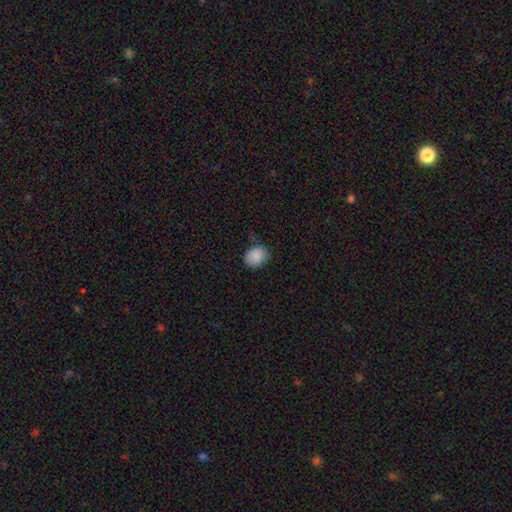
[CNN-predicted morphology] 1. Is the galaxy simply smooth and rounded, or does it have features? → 88% smooth, 9% star or artifact, 4% featured or disk.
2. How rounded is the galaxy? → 52% round, 47% in between, 1% cigar-shaped.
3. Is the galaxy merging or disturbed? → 73% none, 21% minor disturbance, 4% major disturbance, 2% merger.